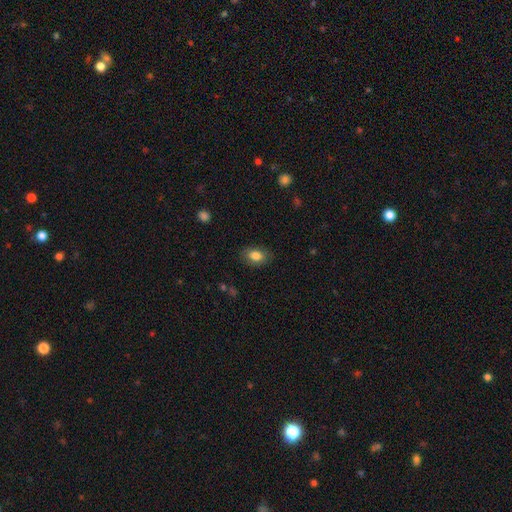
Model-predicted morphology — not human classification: A smooth galaxy with no disk features (82%) that is in between round and cigar-shaped (85%). Merging: none (83%).